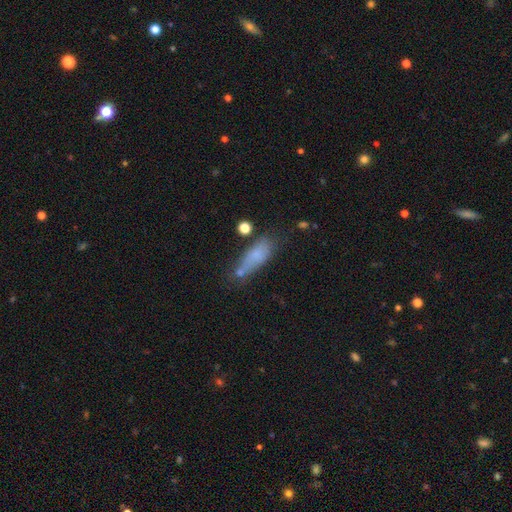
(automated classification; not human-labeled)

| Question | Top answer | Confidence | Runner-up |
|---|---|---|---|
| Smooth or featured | smooth | 69% | featured or disk (19%) |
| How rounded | in between | 53% | cigar-shaped (43%) |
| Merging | none | 45% | minor disturbance (26%) |